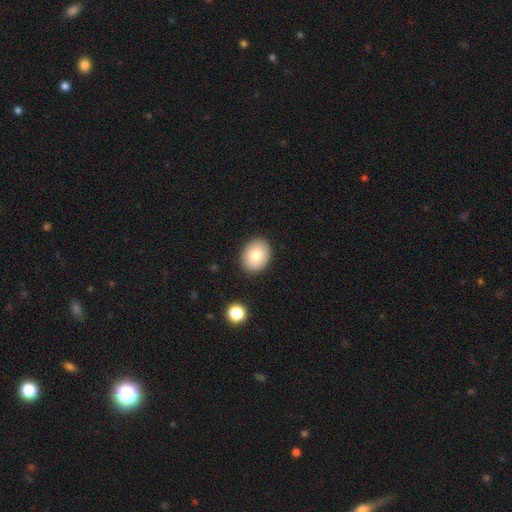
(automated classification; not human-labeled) A smooth galaxy with no disk features (83%) that is in between round and cigar-shaped (62%).

Vote fractions:
- Smooth or featured? smooth: 83% / featured or disk: 9% / star or artifact: 8%
- How rounded? in between: 62% / round: 37% / cigar-shaped: 1%
- Merging? none: 88% / minor disturbance: 8% / major disturbance: 2% / merger: 1%